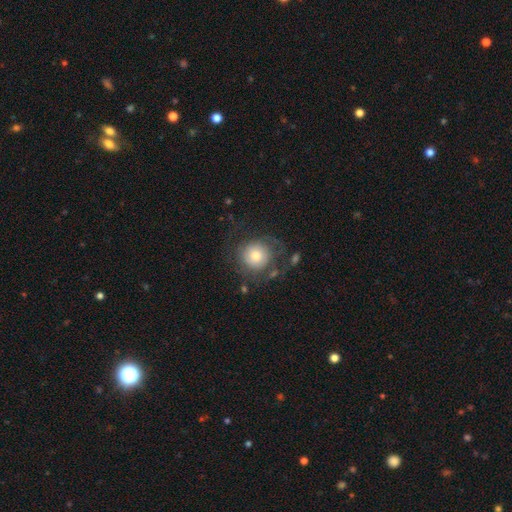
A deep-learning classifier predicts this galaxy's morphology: A smooth galaxy with no disk features (58%) that is round (90%).

Vote fractions:
- Smooth or featured? smooth: 58% / featured or disk: 33% / star or artifact: 9%
- How rounded? round: 90% / in between: 9% / cigar-shaped: 1%
- Merging? none: 59% / major disturbance: 20% / minor disturbance: 18% / merger: 3%